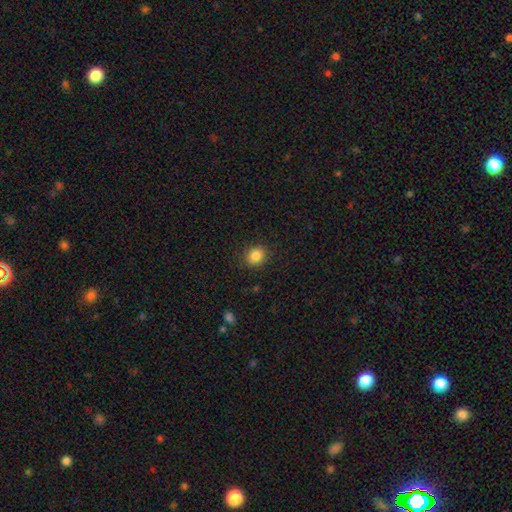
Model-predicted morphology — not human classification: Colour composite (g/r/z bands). It shows a smooth galaxy with no disk features (85%) that is round (81%). Merging: none (89%).